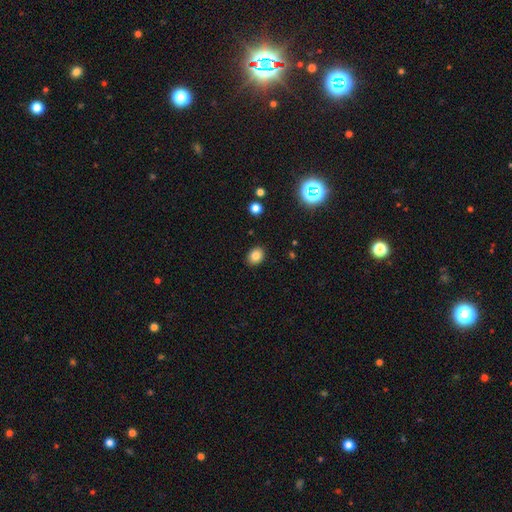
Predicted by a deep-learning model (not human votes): Smooth or featured? smooth (83%)
How rounded? in between (53%)
Merging? none (89%)